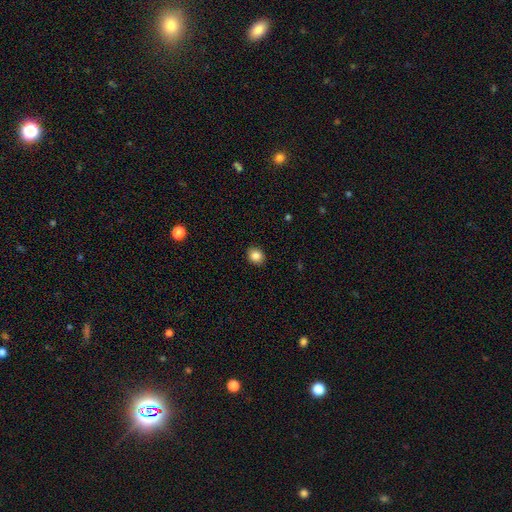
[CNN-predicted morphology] type=smooth (85%); roundness=round (60%); merging=none (90%).